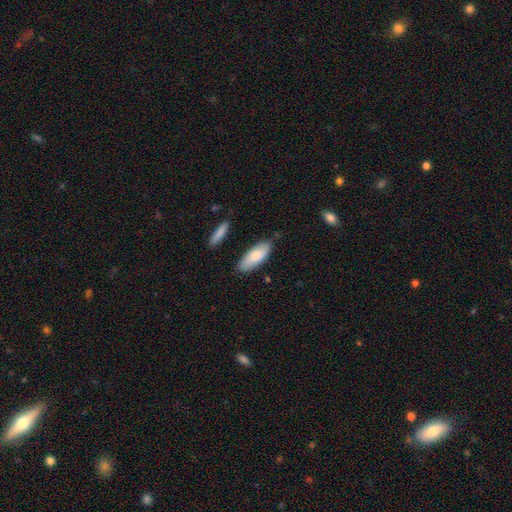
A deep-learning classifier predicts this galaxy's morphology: smooth_or_featured: smooth (p=0.82) [alt: featured or disk p=0.12]
how_rounded: in between (p=0.77) [alt: cigar-shaped p=0.21]
merging: none (p=0.80) [alt: minor disturbance p=0.14]